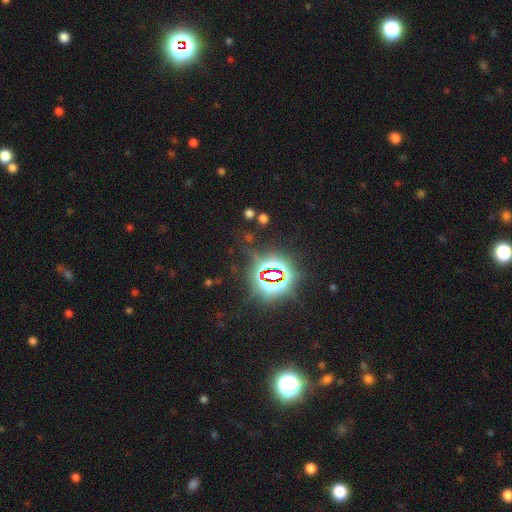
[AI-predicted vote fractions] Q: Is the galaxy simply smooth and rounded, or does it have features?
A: star or artifact — 83%.